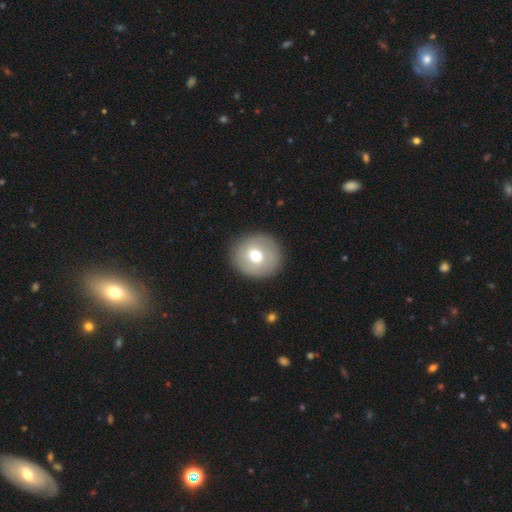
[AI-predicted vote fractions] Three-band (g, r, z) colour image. It shows a smooth galaxy with no disk features (67%) that is round (88%). Merging: none (89%).